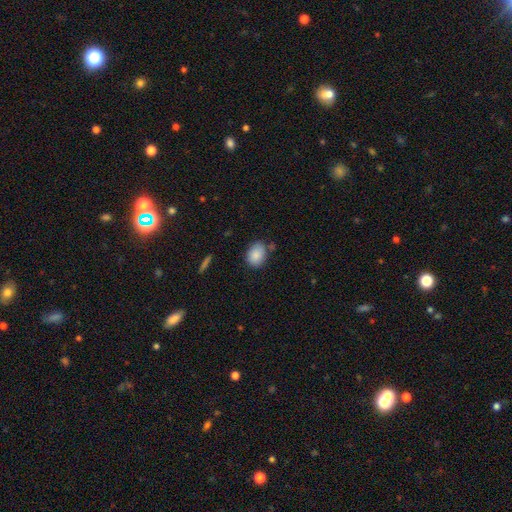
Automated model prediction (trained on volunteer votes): Smooth or featured?
  - smooth: 87% *
  - star or artifact: 7%
  - featured or disk: 5%
How rounded?
  - in between: 66% *
  - round: 33%
  - cigar-shaped: 1%
Merging?
  - none: 71% *
  - minor disturbance: 19%
  - merger: 6%
  - major disturbance: 4%